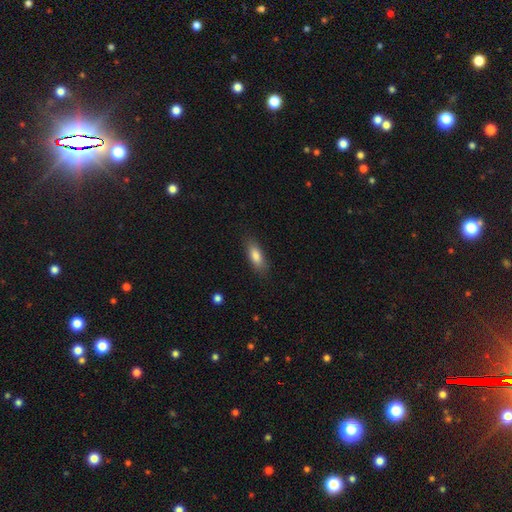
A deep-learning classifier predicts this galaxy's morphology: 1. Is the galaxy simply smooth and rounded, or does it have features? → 82% smooth, 11% featured or disk, 7% star or artifact.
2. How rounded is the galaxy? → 70% in between, 27% cigar-shaped, 3% round.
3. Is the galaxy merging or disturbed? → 84% none, 12% minor disturbance, 3% major disturbance, 1% merger.